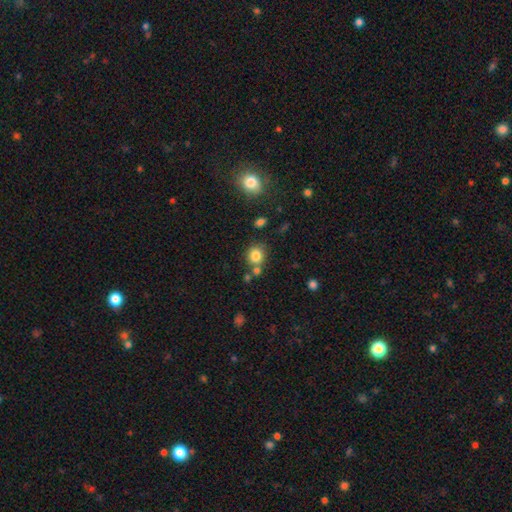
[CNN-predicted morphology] The model was most divided on "merging": none: 69%, merger: 16%, minor disturbance: 11%, major disturbance: 4%. More confident: how rounded — round (82%); smooth or featured — smooth (82%).